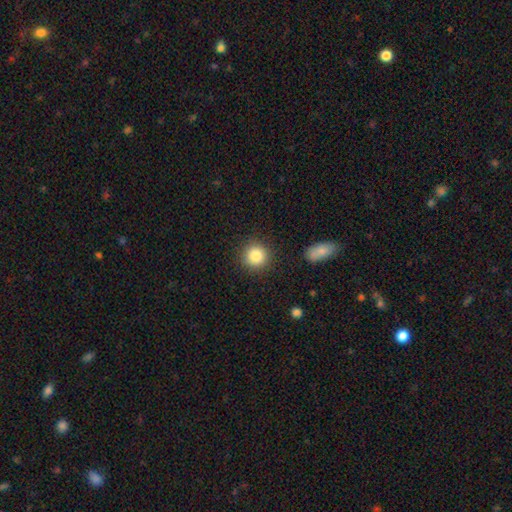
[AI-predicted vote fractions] The model was most divided on "smooth or featured": smooth: 85%, star or artifact: 10%, featured or disk: 5%. More confident: how rounded — round (93%); merging — none (89%).